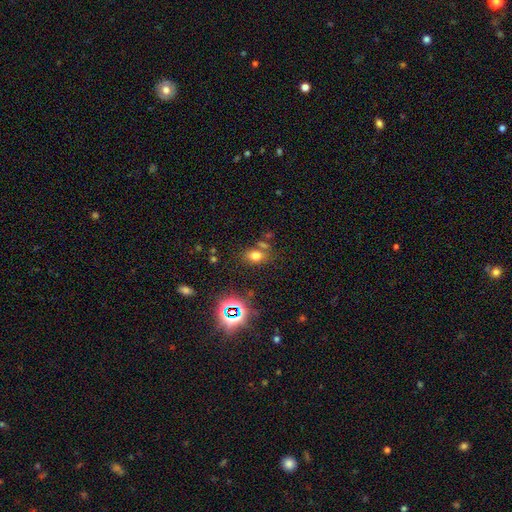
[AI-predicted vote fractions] Smooth or featured? Predicted: smooth (p=0.67). How rounded? Predicted: in between (p=0.69). Merging? Predicted: none (p=0.66).